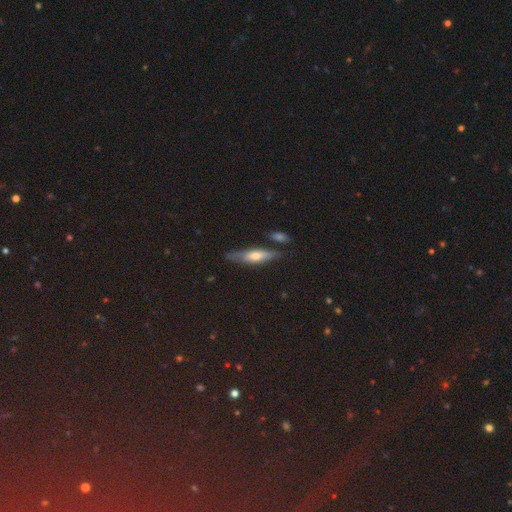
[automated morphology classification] smooth-or-featured: featured or disk: 50% | smooth: 40% | star or artifact: 10%
  disk-edge-on: yes: 82% | no: 18%
  merging: none: 78% | minor disturbance: 14% | merger: 4% | major disturbance: 4%